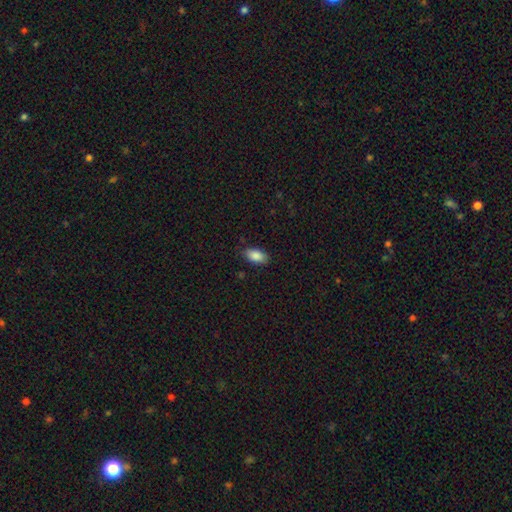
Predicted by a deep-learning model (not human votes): The model was most divided on "merging": none: 84%, minor disturbance: 12%, major disturbance: 3%, merger: 1%. More confident: how rounded — in between (93%); smooth or featured — smooth (88%).